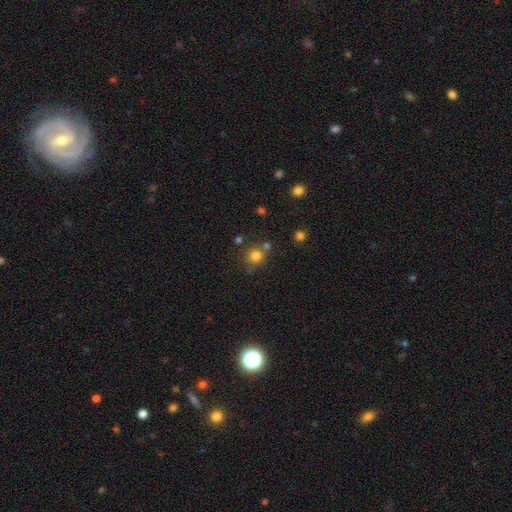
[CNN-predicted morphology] smooth_or_featured: smooth (p=0.79) [alt: star or artifact p=0.14]
how_rounded: round (p=0.90) [alt: in between p=0.09]
merging: none (p=0.68) [alt: merger p=0.18]